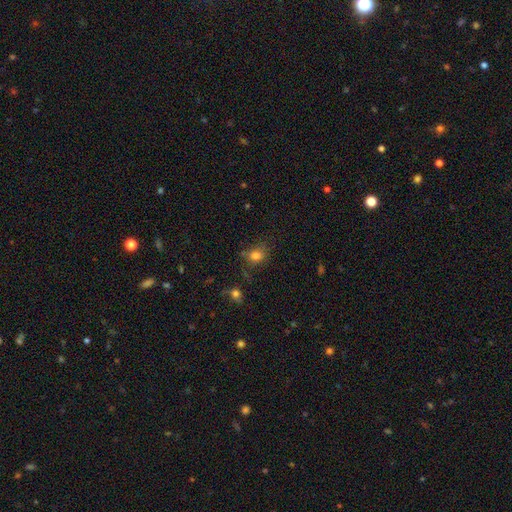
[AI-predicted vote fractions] smooth_or_featured: smooth (p=0.79) [alt: star or artifact p=0.14]
how_rounded: round (p=0.49) [tied with: in between p=0.49]
merging: none (p=0.64) [alt: minor disturbance p=0.21]